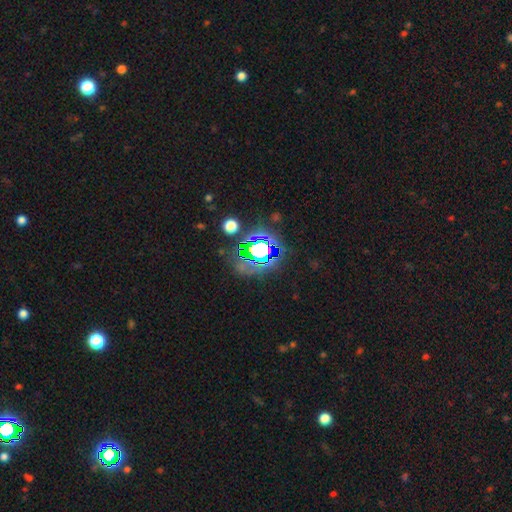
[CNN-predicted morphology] The model was most divided on "smooth or featured": star or artifact: 78%, smooth: 12%, featured or disk: 9%.